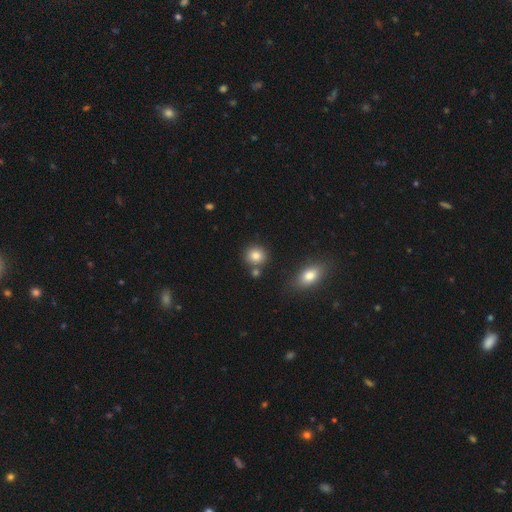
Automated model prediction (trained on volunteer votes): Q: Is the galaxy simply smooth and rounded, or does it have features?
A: smooth — 83%.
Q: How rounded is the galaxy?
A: round — 84%.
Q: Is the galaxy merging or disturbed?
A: none — 76%.